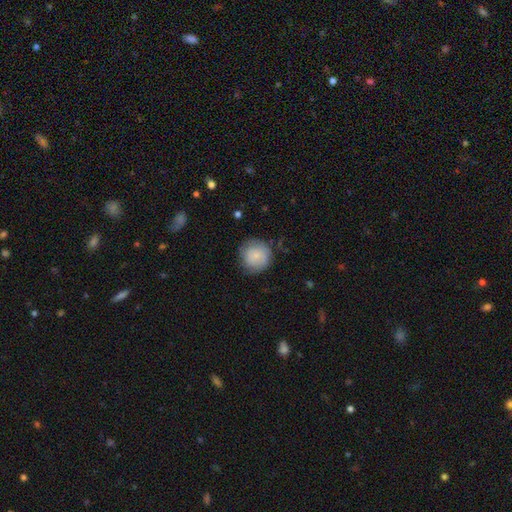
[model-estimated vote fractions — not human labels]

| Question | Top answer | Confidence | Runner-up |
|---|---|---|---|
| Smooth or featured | smooth | 76% | featured or disk (17%) |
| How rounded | round | 93% | in between (6%) |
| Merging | none | 74% | minor disturbance (19%) |